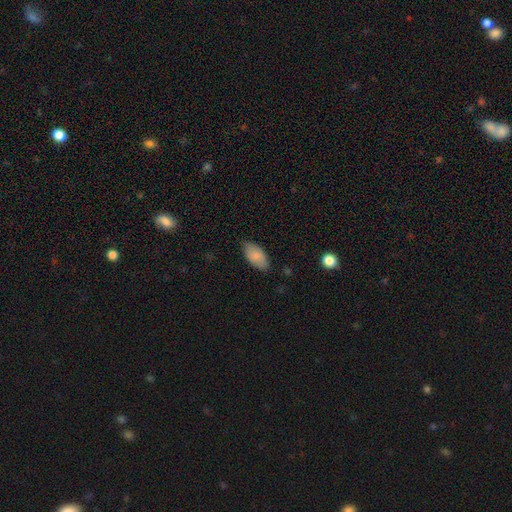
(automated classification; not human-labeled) smooth 83%, featured or disk 11%, star or artifact 6%. Down the decision tree: how rounded — in between (94%); merging — none (80%).